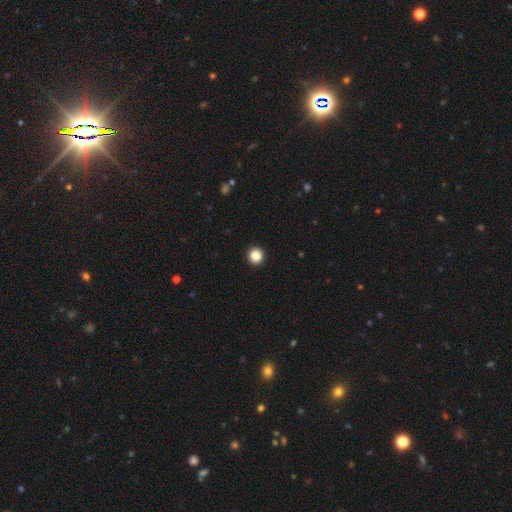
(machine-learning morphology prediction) Q: Smooth or featured?
A: smooth (86%); runner-up: star or artifact (10%)
Q: How rounded?
A: round (96%); runner-up: in between (3%)
Q: Merging?
A: none (94%); runner-up: minor disturbance (4%)